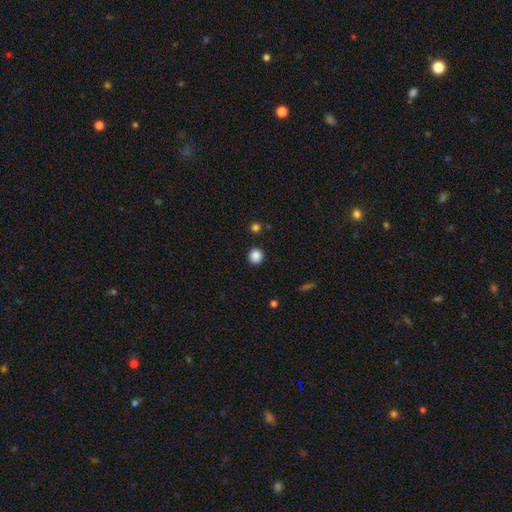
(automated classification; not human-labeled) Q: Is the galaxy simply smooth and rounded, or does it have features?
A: smooth — 87%.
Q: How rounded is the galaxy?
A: round — 92%.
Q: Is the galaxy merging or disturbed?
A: none — 91%.